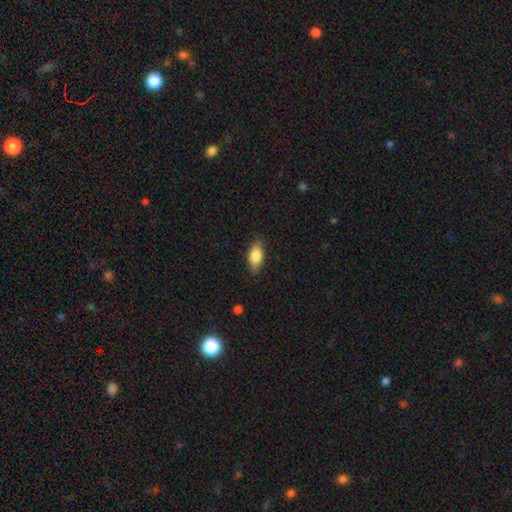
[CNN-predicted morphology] type=smooth (81%); roundness=in between (86%); merging=none (84%).